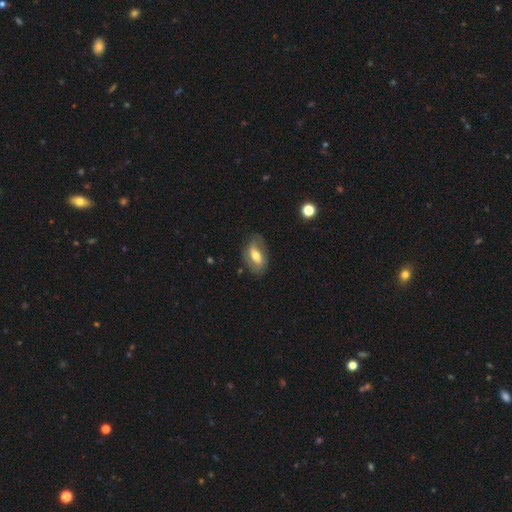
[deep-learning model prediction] Morphology: type=featured or disk (51%); edge-on=no (89%); merging=none (69%).